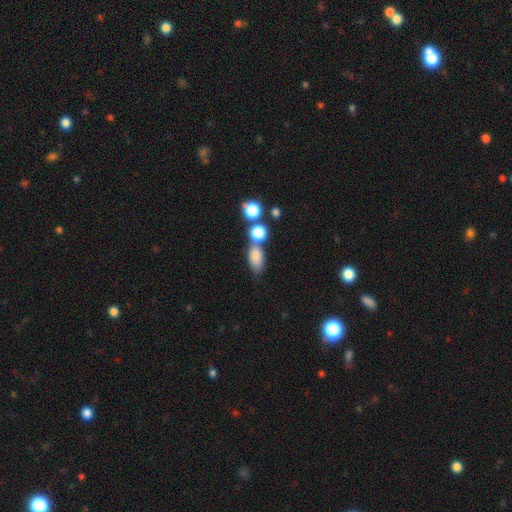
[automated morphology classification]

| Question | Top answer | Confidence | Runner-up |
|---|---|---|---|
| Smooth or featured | smooth | 81% | star or artifact (10%) |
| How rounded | in between | 80% | round (15%) |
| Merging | none | 44% | merger (36%) |